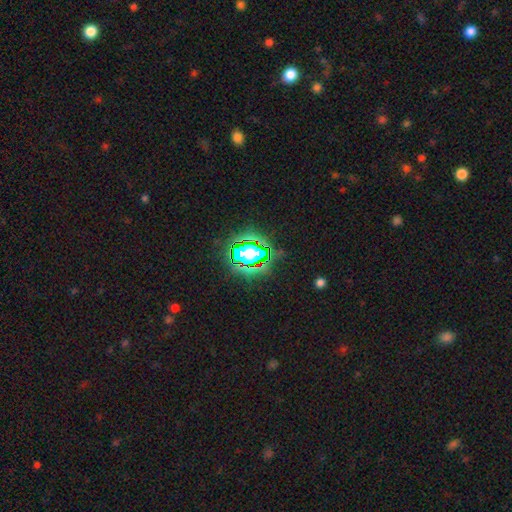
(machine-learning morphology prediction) Q: Smooth or featured?
A: star or artifact (78%); runner-up: smooth (14%)